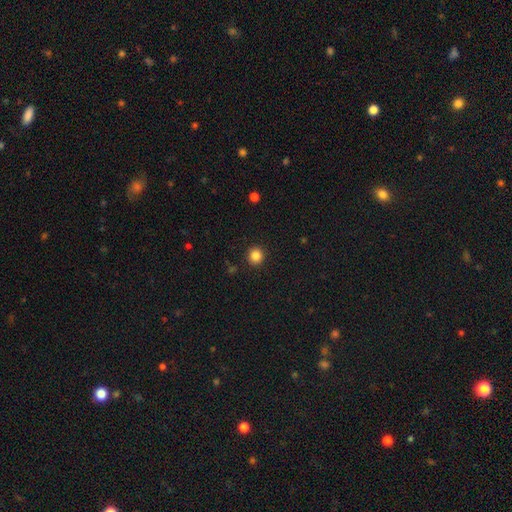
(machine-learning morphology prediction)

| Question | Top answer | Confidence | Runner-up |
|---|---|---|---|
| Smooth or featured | smooth | 85% | star or artifact (11%) |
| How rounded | round | 90% | in between (9%) |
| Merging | none | 92% | minor disturbance (5%) |